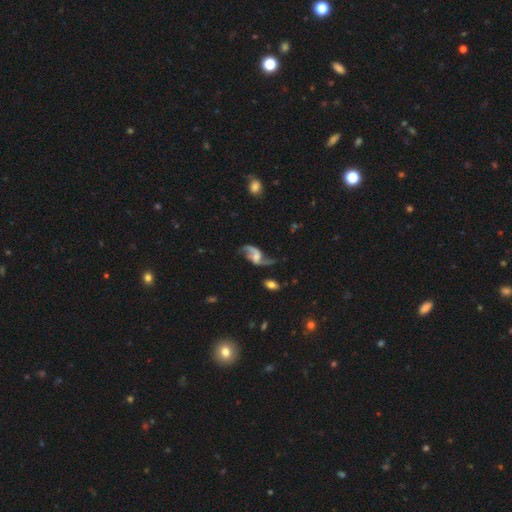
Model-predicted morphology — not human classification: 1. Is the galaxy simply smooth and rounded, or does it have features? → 85% featured or disk, 9% smooth, 6% star or artifact.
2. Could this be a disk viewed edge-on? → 97% no, 3% yes.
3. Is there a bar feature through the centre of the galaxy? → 44% no, 42% weak, 13% strong.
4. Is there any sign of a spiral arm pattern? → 94% yes, 6% no.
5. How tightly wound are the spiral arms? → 83% loose, 14% medium, 3% tight.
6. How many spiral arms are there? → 92% 2, 3% 1, 2% can't tell, 1% 3, 1% 4, 1% more than 4.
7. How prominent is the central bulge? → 34% small, 29% moderate, 28% none, 7% large, 2% dominant.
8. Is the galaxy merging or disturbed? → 58% none, 20% minor disturbance, 16% major disturbance, 5% merger.